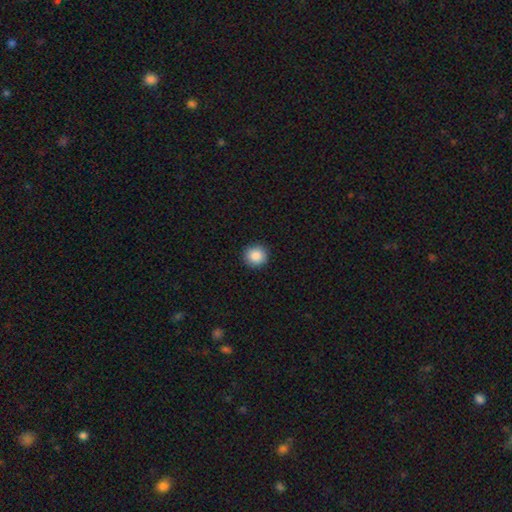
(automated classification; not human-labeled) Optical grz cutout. It shows a smooth galaxy with no disk features (88%) that is round (93%). Merging: none (93%).